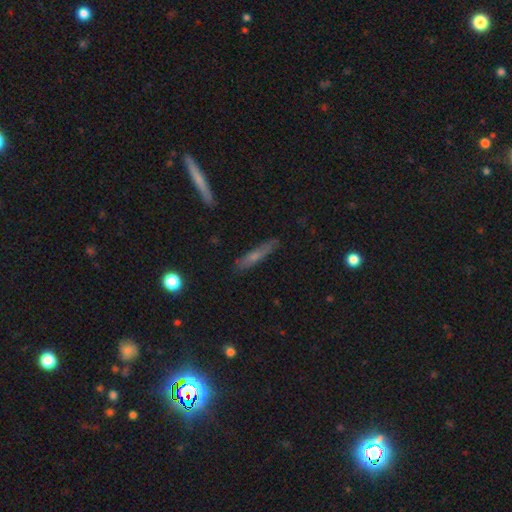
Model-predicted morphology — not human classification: Smooth or featured: smooth — 49% (featured or disk — 42%)
Merging: none — 82% (minor disturbance — 13%)